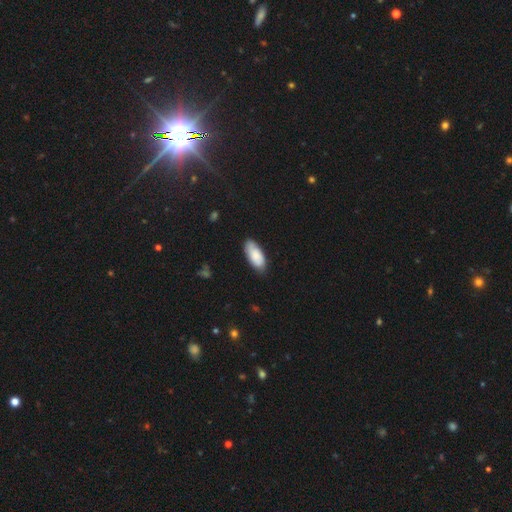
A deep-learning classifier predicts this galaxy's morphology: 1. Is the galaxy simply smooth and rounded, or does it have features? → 77% smooth, 17% featured or disk, 6% star or artifact.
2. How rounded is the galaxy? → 88% in between, 10% cigar-shaped, 2% round.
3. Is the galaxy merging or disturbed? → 78% none, 18% minor disturbance, 3% major disturbance, 1% merger.